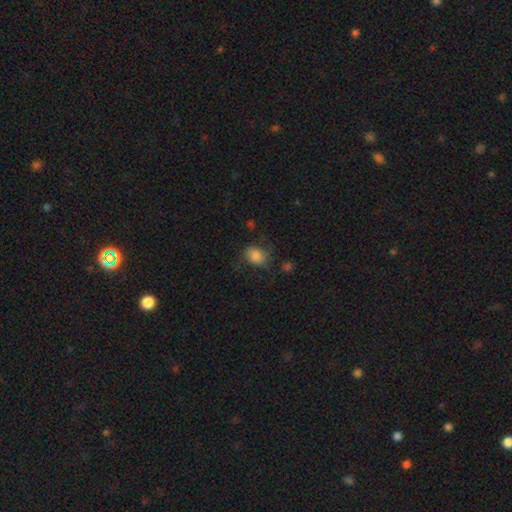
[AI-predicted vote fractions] smooth-or-featured: smooth: 77% | featured or disk: 14% | star or artifact: 9%
  how-rounded: in between: 50% | round: 49% | cigar-shaped: 1%
  merging: none: 56% | minor disturbance: 26% | major disturbance: 16% | merger: 2%